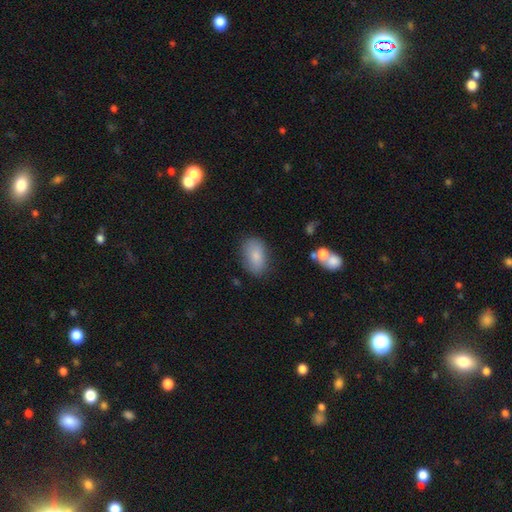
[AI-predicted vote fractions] Smooth or featured? Predicted: smooth (p=0.83). How rounded? Predicted: in between (p=0.89). Merging? Predicted: none (p=0.77).